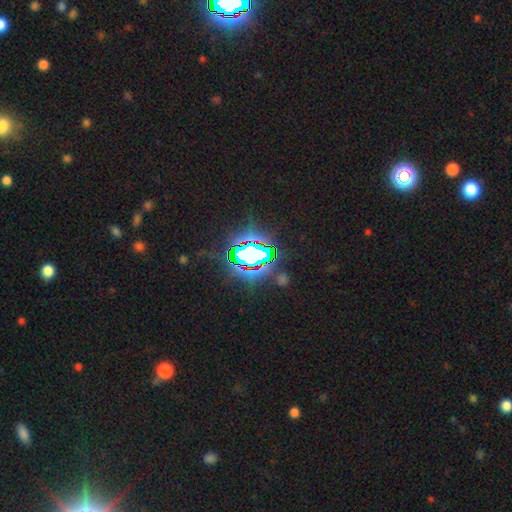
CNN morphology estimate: star or artifact 83%, smooth 10%, featured or disk 7%.